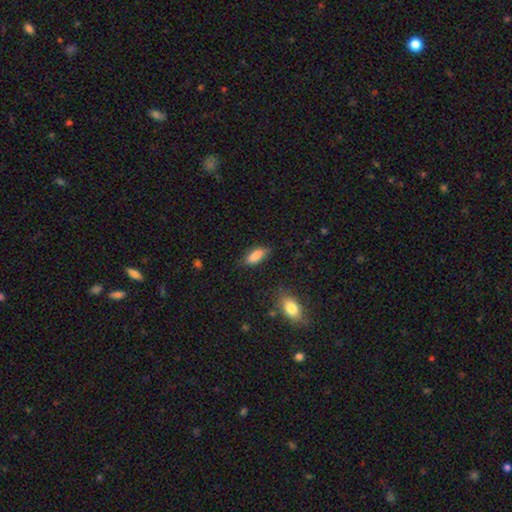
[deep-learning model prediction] Smooth or featured? Predicted: smooth (p=0.82). How rounded? Predicted: in between (p=0.74). Merging? Predicted: none (p=0.69).